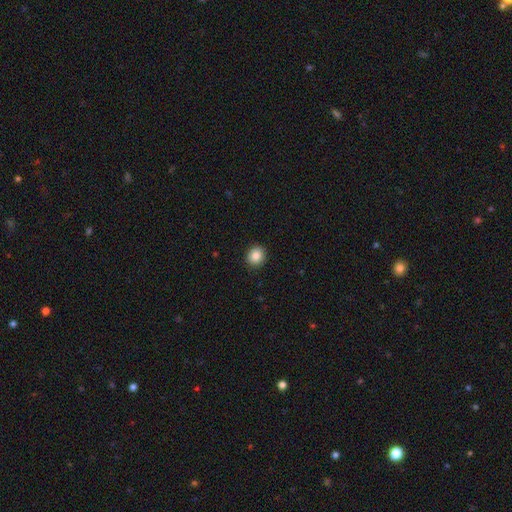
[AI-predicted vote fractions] This is clearly a smooth galaxy (87%). How rounded: clearly round (82%). Merging: clearly none (91%).